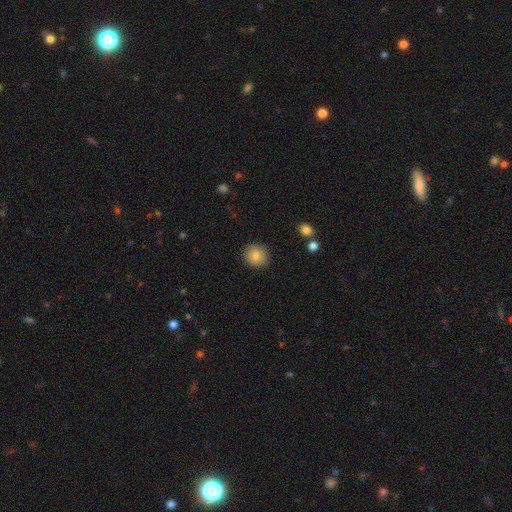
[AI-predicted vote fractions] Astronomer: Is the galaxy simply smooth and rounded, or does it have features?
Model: smooth — 80%.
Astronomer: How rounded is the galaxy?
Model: round — 84%.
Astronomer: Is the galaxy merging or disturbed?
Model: none — 89%.